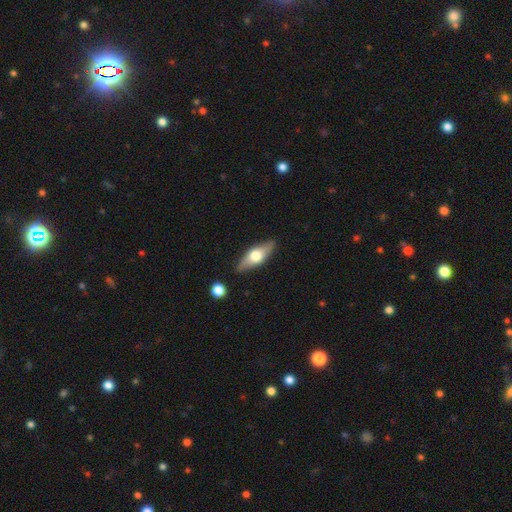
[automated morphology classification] Smooth or featured? Predicted: featured or disk (p=0.49). Merging? Predicted: none (p=0.85).